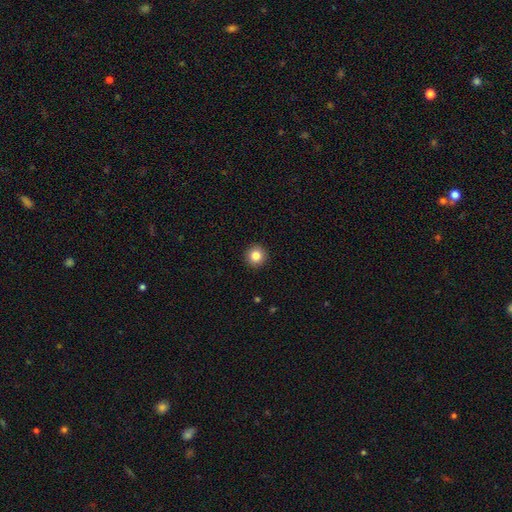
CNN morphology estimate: smooth_or_featured: smooth (p=0.84) [alt: star or artifact p=0.10]
how_rounded: round (p=0.95) [alt: in between p=0.04]
merging: none (p=0.93) [alt: minor disturbance p=0.04]